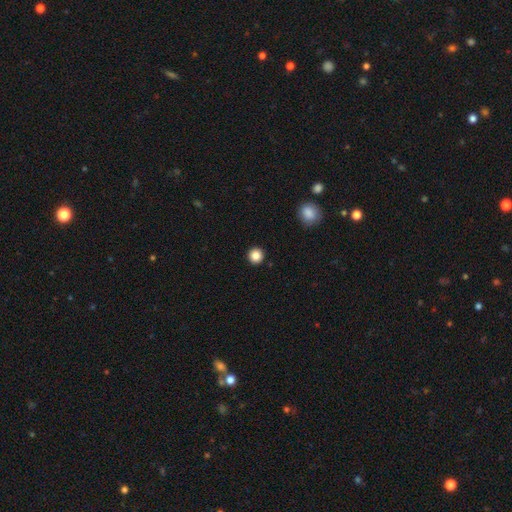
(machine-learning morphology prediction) Smooth or featured? smooth (86%)
How rounded? round (96%)
Merging? none (93%)